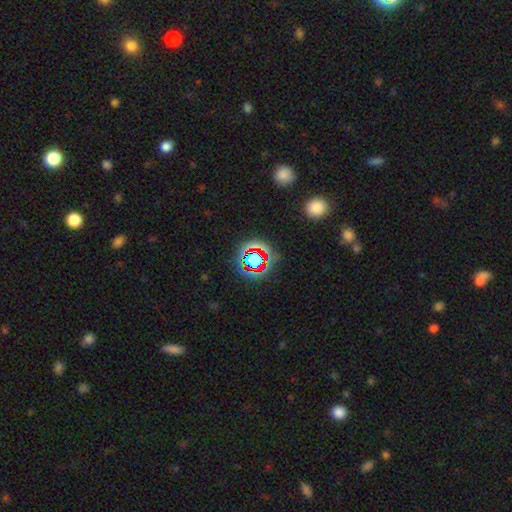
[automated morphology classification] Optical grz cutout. It shows a star or artifact, not a galaxy (65%).